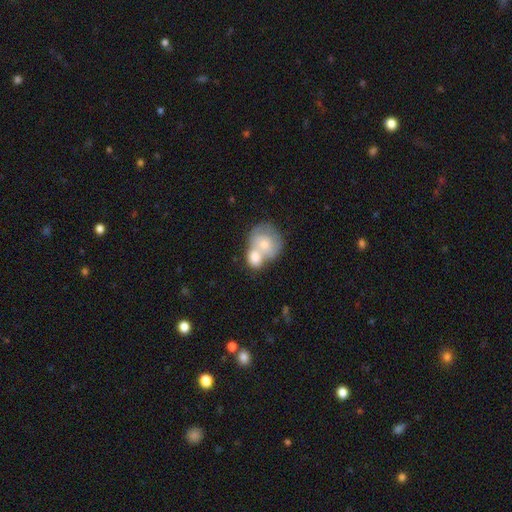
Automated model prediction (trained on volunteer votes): Q: Smooth or featured?
A: smooth (64%); runner-up: featured or disk (29%)
Q: How rounded?
A: round (68%); runner-up: in between (31%)
Q: Merging?
A: merger (69%); runner-up: none (19%)